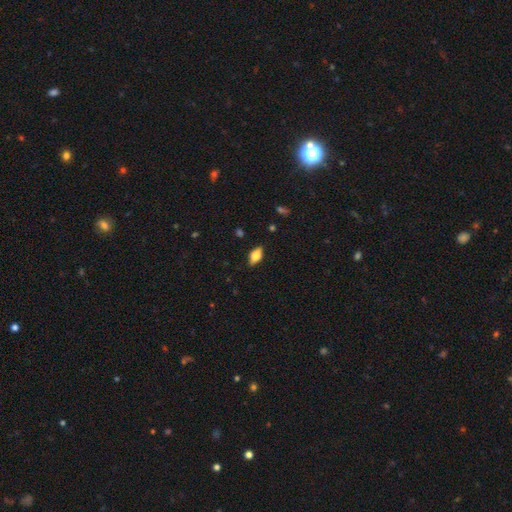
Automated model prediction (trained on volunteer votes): This appears to be a smooth galaxy with no disk features (64%) that is in between round and cigar-shaped (85%). Merging: none (85%).